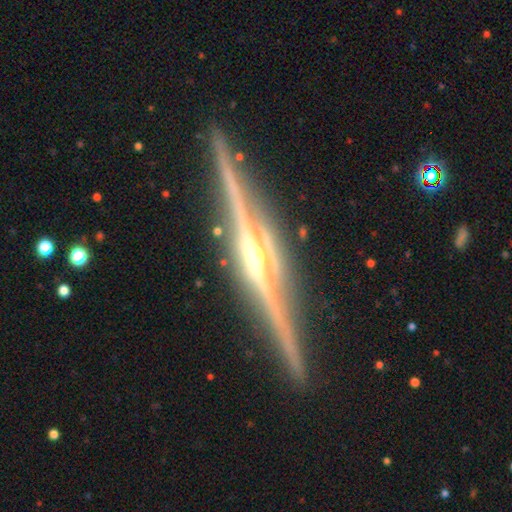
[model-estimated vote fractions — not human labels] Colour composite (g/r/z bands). It shows a featured or disk galaxy (91%) viewed edge-on (98%) with a rounded central bulge (83%). Merging: none (90%).